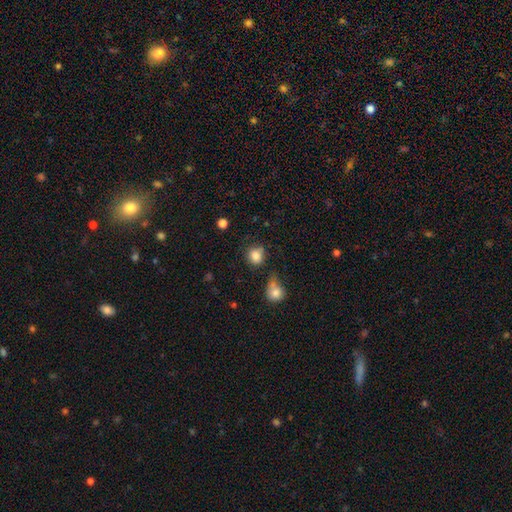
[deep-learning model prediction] A smooth galaxy with no disk features (84%) that is round (79%). Merging: none (65%).